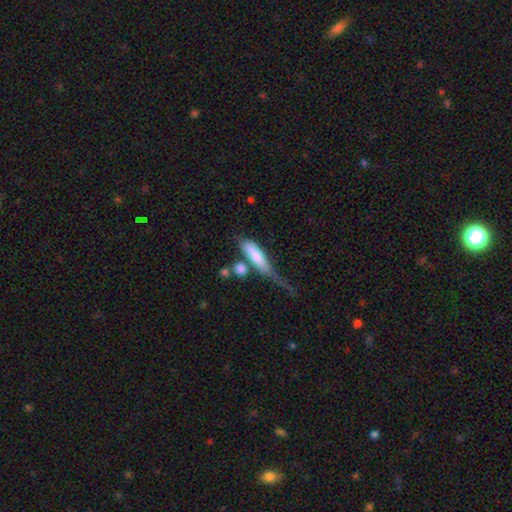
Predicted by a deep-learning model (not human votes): Q: Smooth or featured?
A: smooth (68%); runner-up: featured or disk (25%)
Q: How rounded?
A: cigar-shaped (61%); runner-up: in between (36%)
Q: Merging?
A: none (28%); runner-up: major disturbance (27%)